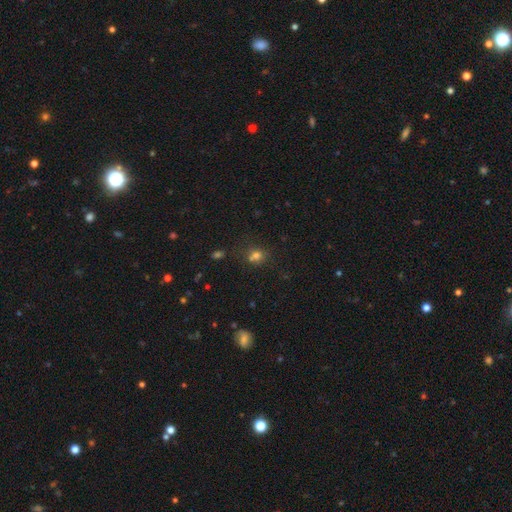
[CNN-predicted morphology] smooth 70%, star or artifact 20%, featured or disk 10%. Down the decision tree: how rounded — round (72%); merging — none (54%).